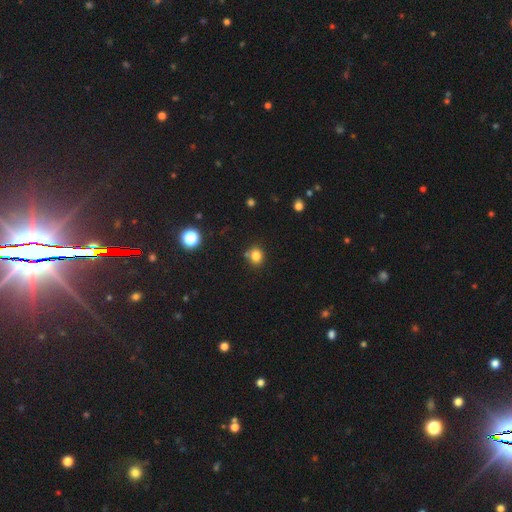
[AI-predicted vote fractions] Morphology: type=smooth (81%); roundness=round (70%); merging=none (74%).